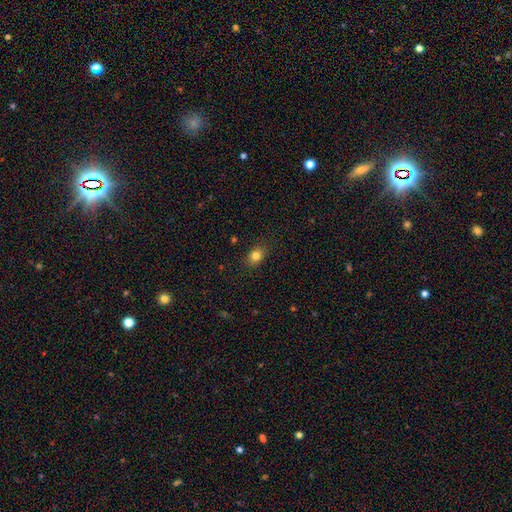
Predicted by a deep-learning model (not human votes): smooth 82%, star or artifact 11%, featured or disk 7%. Down the decision tree: how rounded — in between (59%); merging — none (86%).